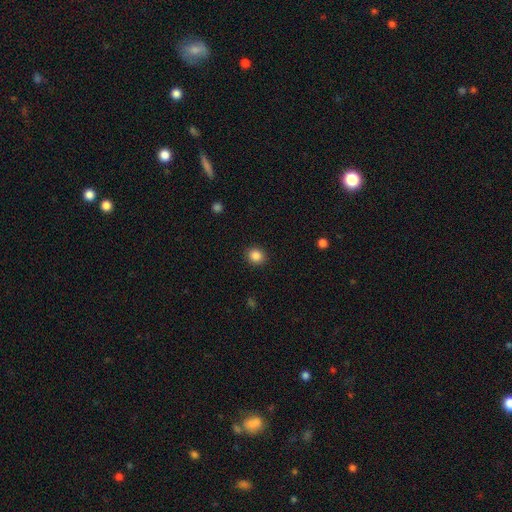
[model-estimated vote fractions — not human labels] The model was most divided on "how rounded": round: 78%, in between: 21%, cigar-shaped: 1%. More confident: merging — none (91%); smooth or featured — smooth (86%).